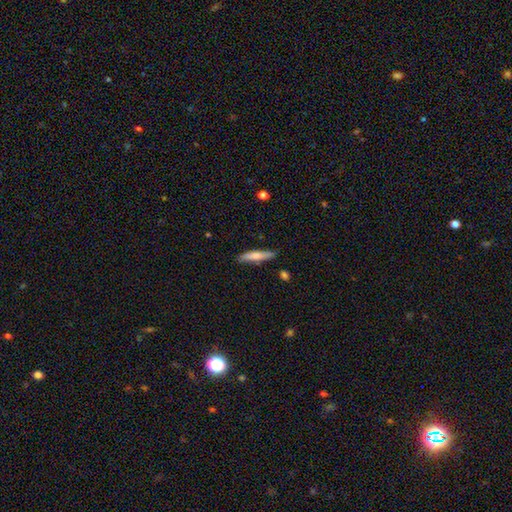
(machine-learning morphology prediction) Overall: smooth (66%; featured or disk 28%). How rounded: cigar-shaped (87%). Merging: none (85%).